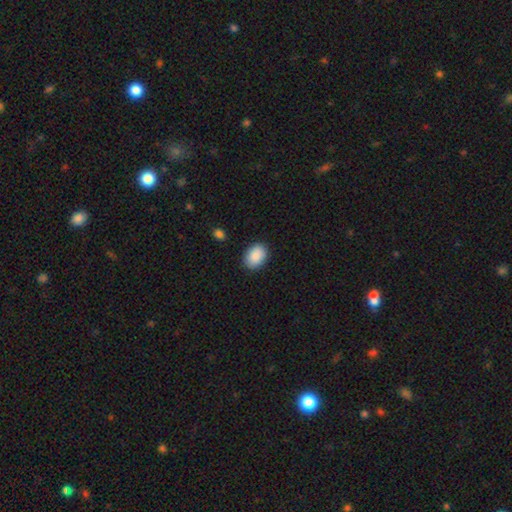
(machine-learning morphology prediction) The model was most divided on "how rounded": in between: 76%, round: 23%, cigar-shaped: 1%. More confident: smooth or featured — smooth (90%); merging — none (89%).